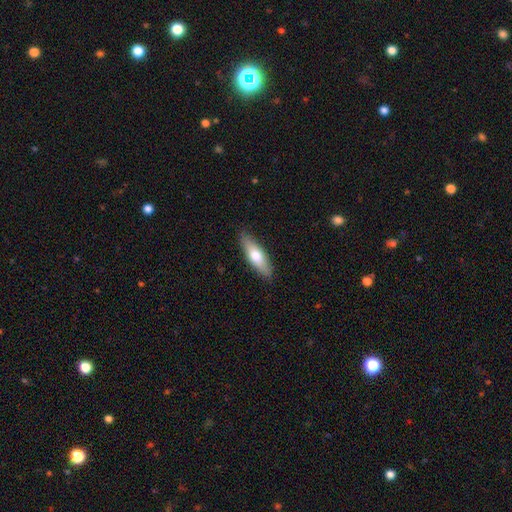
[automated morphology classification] This appears to be a smooth galaxy with no disk features (64%) that is cigar-shaped (54%). Merging: none (87%).